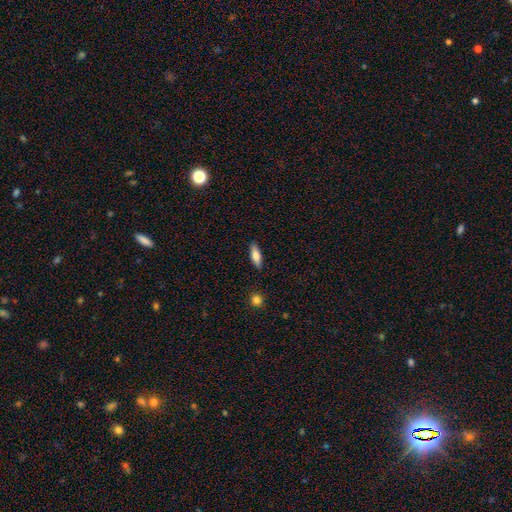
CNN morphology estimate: Smooth or featured?
  - smooth: 74% *
  - featured or disk: 19%
  - star or artifact: 7%
How rounded?
  - in between: 57% *
  - cigar-shaped: 41%
  - round: 2%
Merging?
  - none: 86% *
  - minor disturbance: 11%
  - major disturbance: 2%
  - merger: 1%